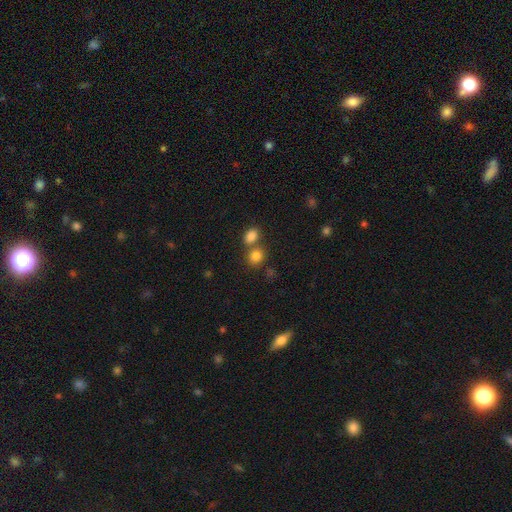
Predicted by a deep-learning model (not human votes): Q: Smooth or featured?
A: smooth (82%); runner-up: star or artifact (11%)
Q: How rounded?
A: round (68%); runner-up: in between (31%)
Q: Merging?
A: none (55%); runner-up: merger (34%)